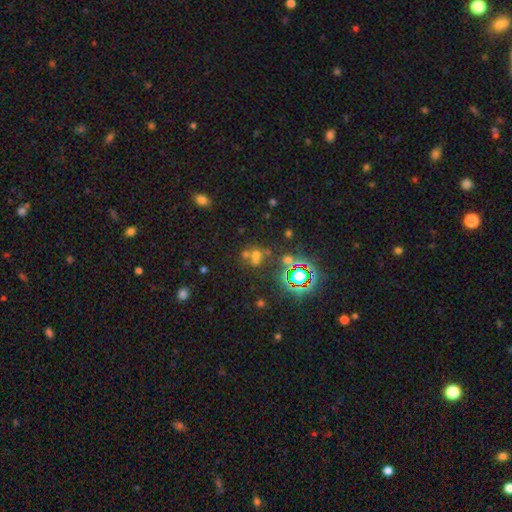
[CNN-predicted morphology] smooth-or-featured: smooth: 45% | star or artifact: 40% | featured or disk: 15%
  merging: none: 47% | merger: 35% | minor disturbance: 11% | major disturbance: 7%